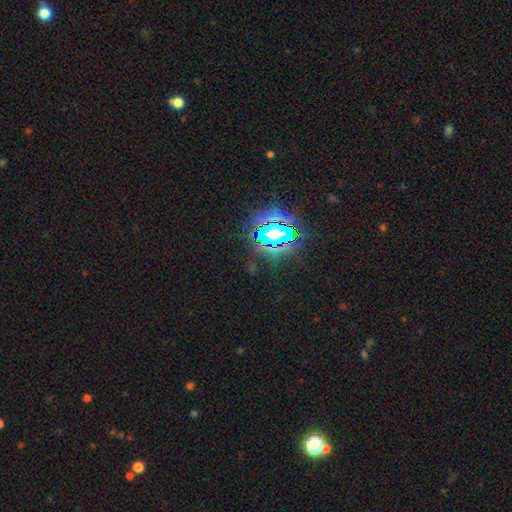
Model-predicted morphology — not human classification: smooth-or-featured: star or artifact: 82% | smooth: 11% | featured or disk: 7%